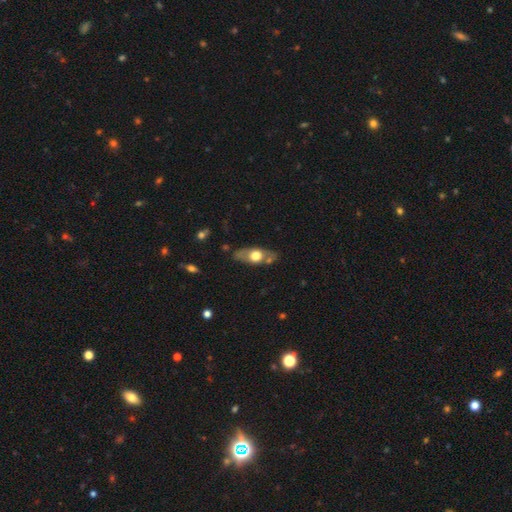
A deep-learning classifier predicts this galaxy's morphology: smooth-or-featured: smooth: 50% | featured or disk: 44% | star or artifact: 6%
  merging: none: 74% | minor disturbance: 17% | major disturbance: 5% | merger: 5%